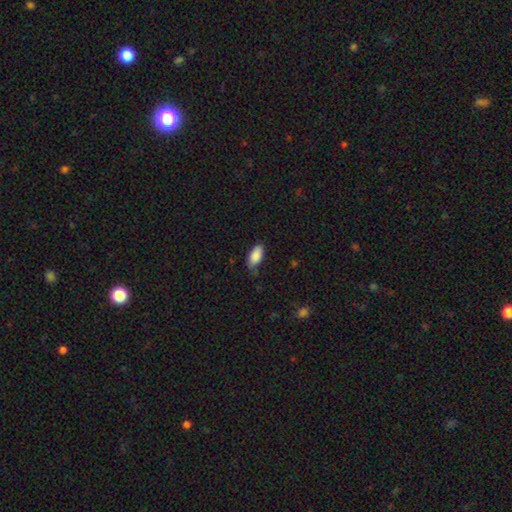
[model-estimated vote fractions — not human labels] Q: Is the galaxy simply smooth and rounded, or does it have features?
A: smooth — 88%.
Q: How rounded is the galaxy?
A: in between — 90%.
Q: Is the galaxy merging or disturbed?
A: none — 69%.